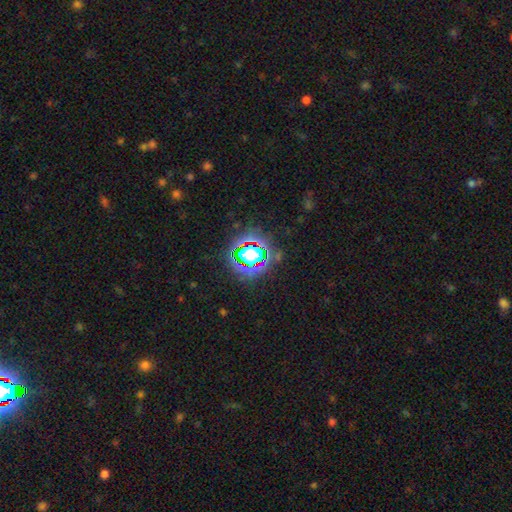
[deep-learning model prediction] Morphology: type=star or artifact (80%).